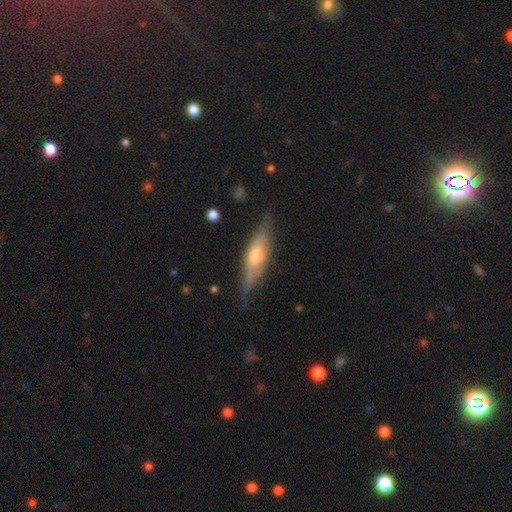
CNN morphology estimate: type=featured or disk (54%); edge-on=yes (83%); merging=none (75%).